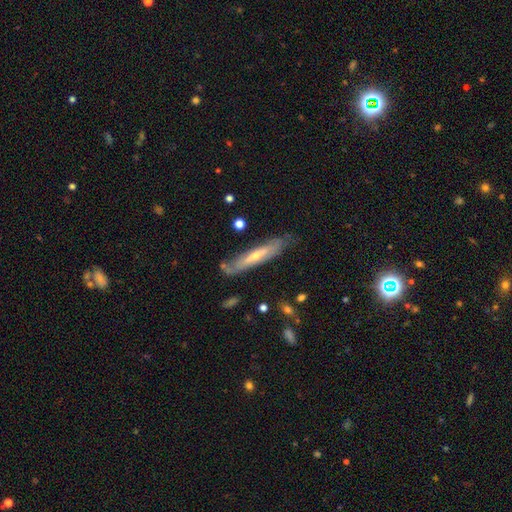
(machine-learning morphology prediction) The model was most divided on "edge-on disk": yes: 65%, no: 35%. More confident: merging — none (70%); smooth or featured — featured or disk (63%).